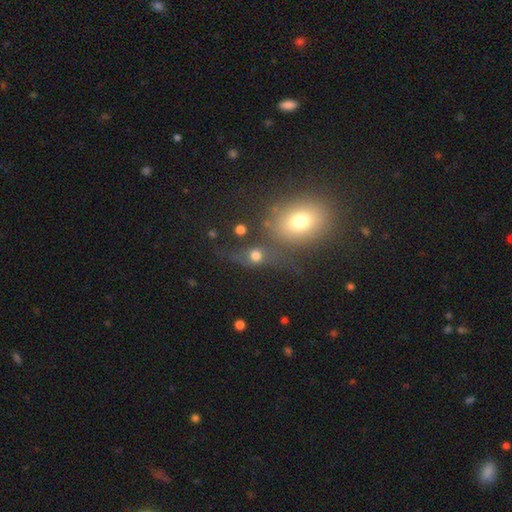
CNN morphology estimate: smooth 64%, star or artifact 18%, featured or disk 18%. Down the decision tree: how rounded — round (61%); merging — none (46%).